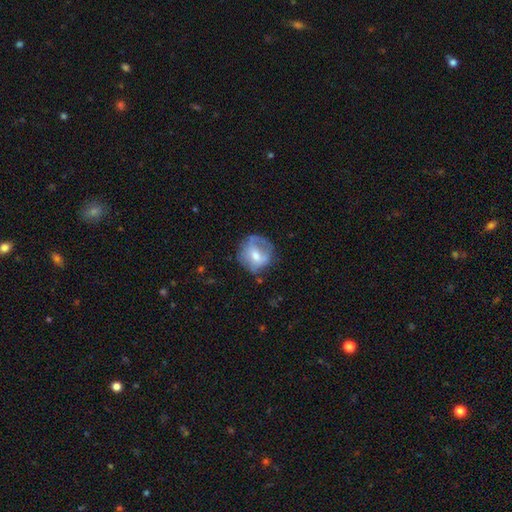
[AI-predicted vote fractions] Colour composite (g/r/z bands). It shows a smooth galaxy with no disk features (50%) that is round (79%). Merging: none (51%).